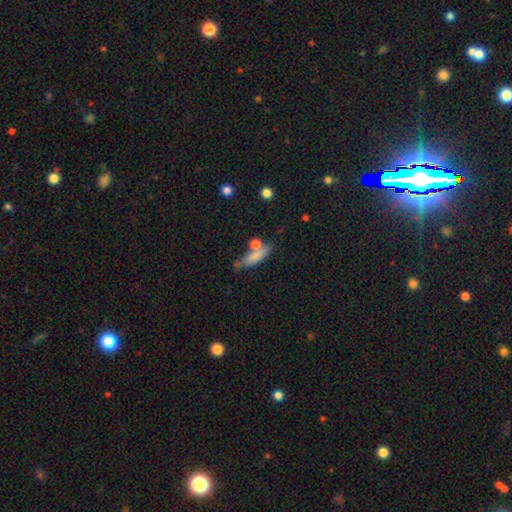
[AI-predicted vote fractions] This appears to be a smooth galaxy with no disk features (74%) that is cigar-shaped (56%). Merging: none (56%).